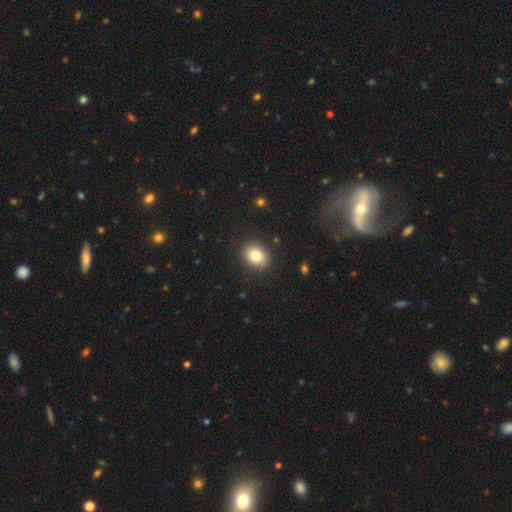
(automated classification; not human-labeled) This is clearly a smooth galaxy (81%). How rounded: possibly round (53%). Merging: clearly none (89%).